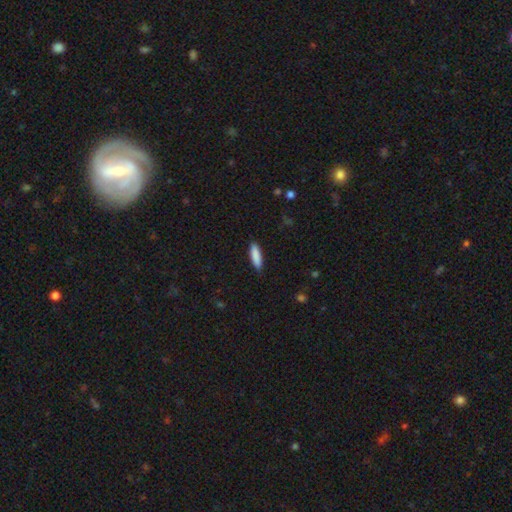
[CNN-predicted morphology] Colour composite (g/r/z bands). It shows a smooth galaxy with no disk features (87%) that is cigar-shaped (67%). Merging: none (88%).